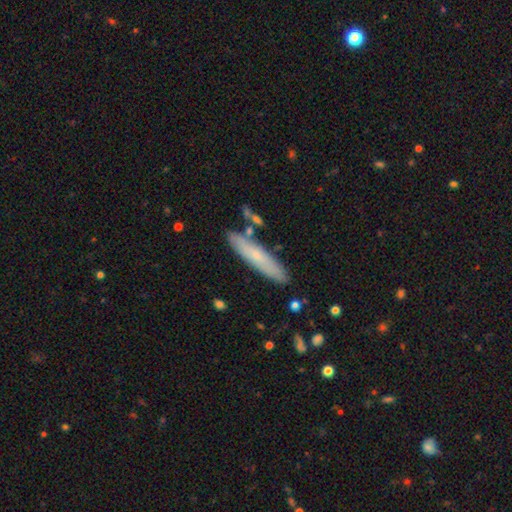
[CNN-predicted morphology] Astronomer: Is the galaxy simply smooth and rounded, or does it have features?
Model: smooth — 59%.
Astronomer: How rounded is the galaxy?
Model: cigar-shaped — 88%.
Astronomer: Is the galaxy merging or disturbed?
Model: none — 83%.